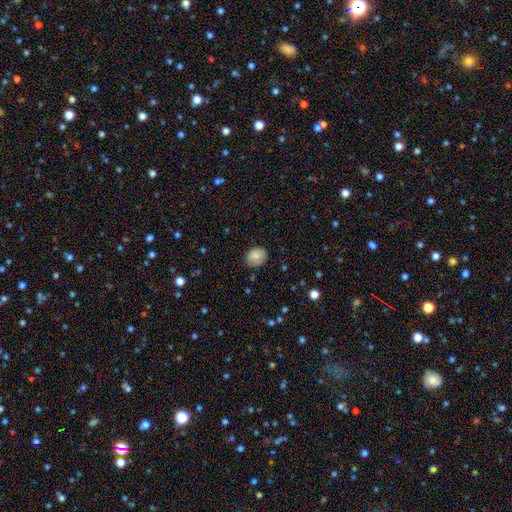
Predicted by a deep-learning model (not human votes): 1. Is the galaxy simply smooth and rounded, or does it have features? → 84% smooth, 8% star or artifact, 7% featured or disk.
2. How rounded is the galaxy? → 63% round, 36% in between, 1% cigar-shaped.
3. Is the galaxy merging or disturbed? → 80% none, 16% minor disturbance, 3% major disturbance, 1% merger.